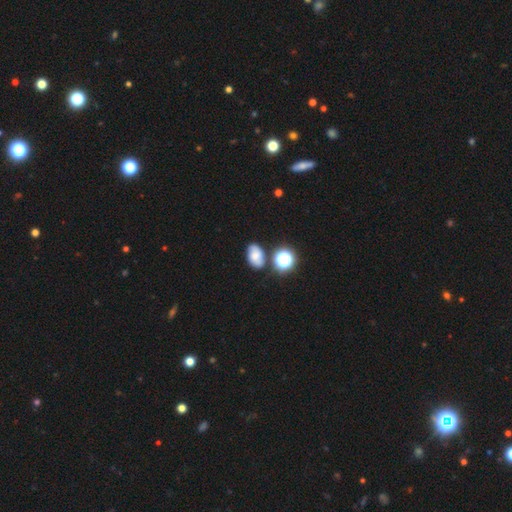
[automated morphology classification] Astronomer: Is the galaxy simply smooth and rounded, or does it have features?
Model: smooth — 62%.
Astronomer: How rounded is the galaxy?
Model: in between — 82%.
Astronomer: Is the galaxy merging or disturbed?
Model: none — 69%.